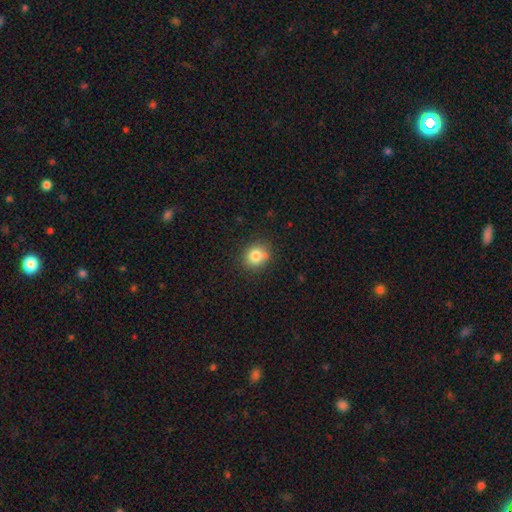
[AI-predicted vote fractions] Smooth or featured: smooth — 80% (star or artifact — 11%)
How rounded: round — 73% (in between — 27%)
Merging: none — 77% (minor disturbance — 14%)